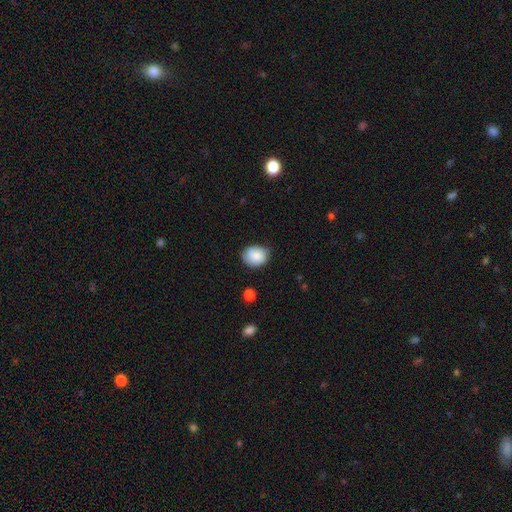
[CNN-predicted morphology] Smooth or featured: smooth — 80% (featured or disk — 12%)
How rounded: round — 52% (in between — 47%)
Merging: none — 71% (minor disturbance — 23%)